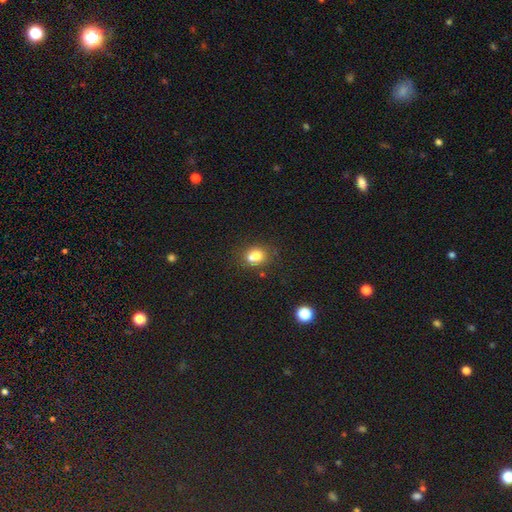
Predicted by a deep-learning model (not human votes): This appears to be a smooth galaxy with no disk features (72%) that is round (59%). Merging: none (44%).